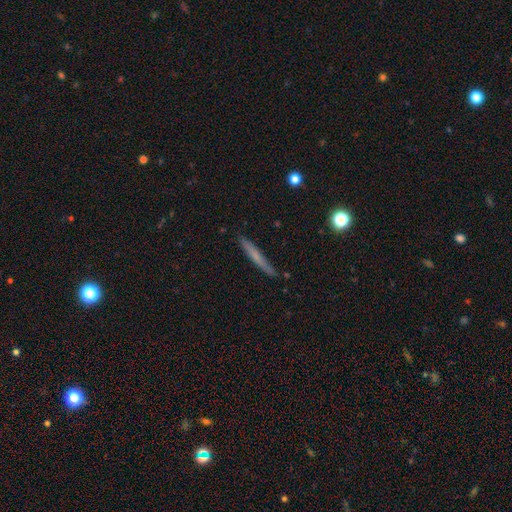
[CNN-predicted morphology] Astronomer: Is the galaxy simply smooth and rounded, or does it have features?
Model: smooth — 55% (runner-up: featured or disk, 38%).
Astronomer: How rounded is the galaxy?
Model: cigar-shaped — 95%.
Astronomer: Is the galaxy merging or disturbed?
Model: none — 87%.